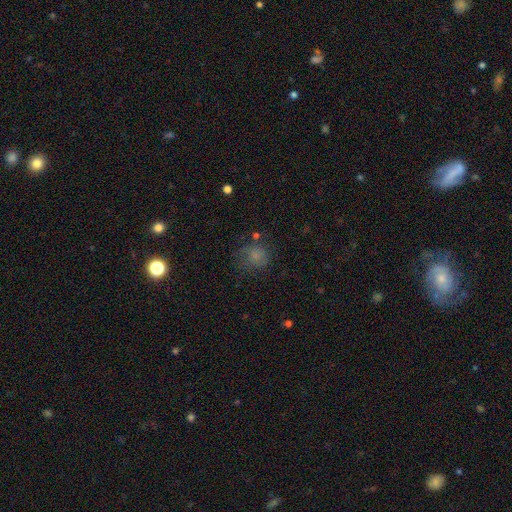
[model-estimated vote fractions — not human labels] A smooth galaxy with no disk features (72%) that is round (83%). Merging: none (62%).